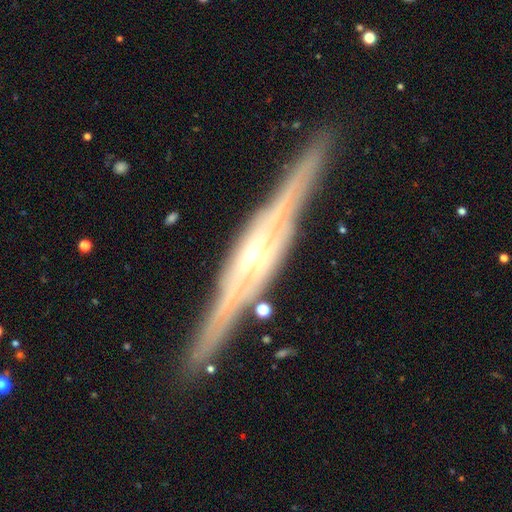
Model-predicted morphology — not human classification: smooth_or_featured: featured or disk (p=0.85) [alt: smooth p=0.10]
disk_edge_on: yes (p=0.93) [alt: no p=0.07]
edge_on_bulge: rounded (p=0.83) [alt: none p=0.11]
merging: none (p=0.83) [alt: minor disturbance p=0.12]